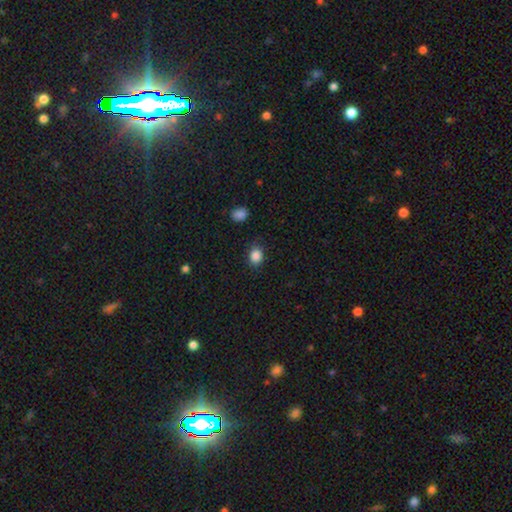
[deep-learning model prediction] Overall: smooth (87%). How rounded: in between (52%; round 47%). Merging: none (84%).